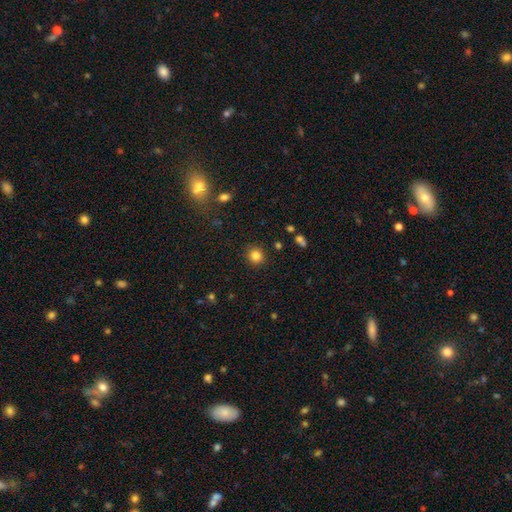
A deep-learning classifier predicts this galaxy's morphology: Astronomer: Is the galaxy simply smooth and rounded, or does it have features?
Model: smooth — 83%.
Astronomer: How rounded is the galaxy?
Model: round — 87%.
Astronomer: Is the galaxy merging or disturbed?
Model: none — 90%.